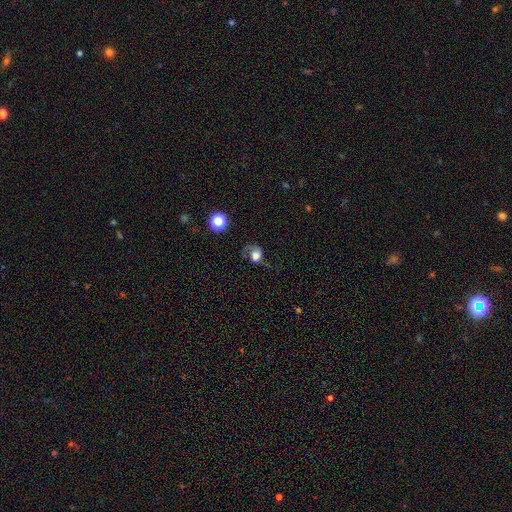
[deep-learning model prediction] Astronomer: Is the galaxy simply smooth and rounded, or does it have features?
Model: smooth — 58%.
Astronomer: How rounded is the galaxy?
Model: round — 62%.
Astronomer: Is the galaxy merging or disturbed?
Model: major disturbance — 38% (runner-up: none, 35%).